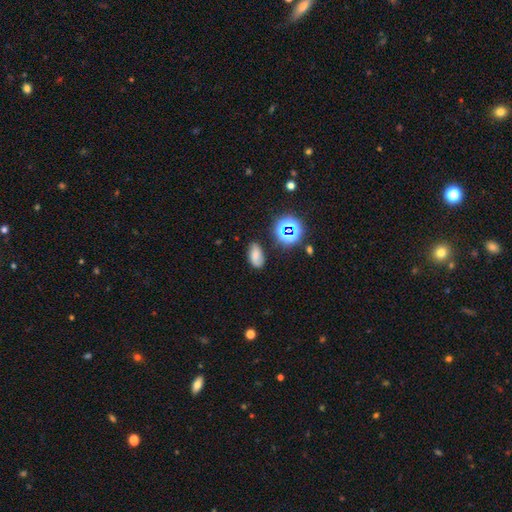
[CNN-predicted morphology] Smooth or featured? smooth (62%)
How rounded? in between (87%)
Merging? none (72%)